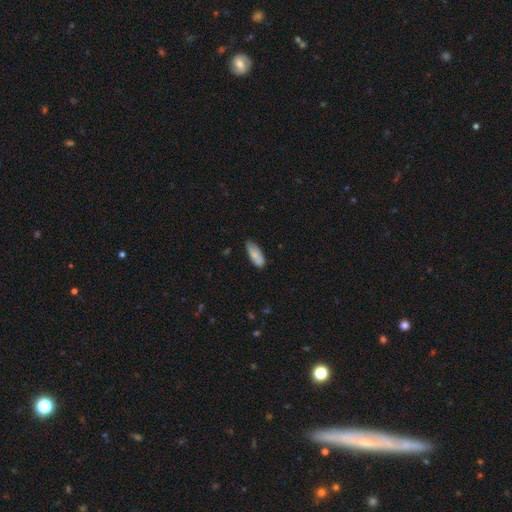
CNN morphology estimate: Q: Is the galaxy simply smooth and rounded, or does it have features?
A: smooth — 78%.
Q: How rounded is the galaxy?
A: in between — 80%.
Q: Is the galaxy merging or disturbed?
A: none — 60%.